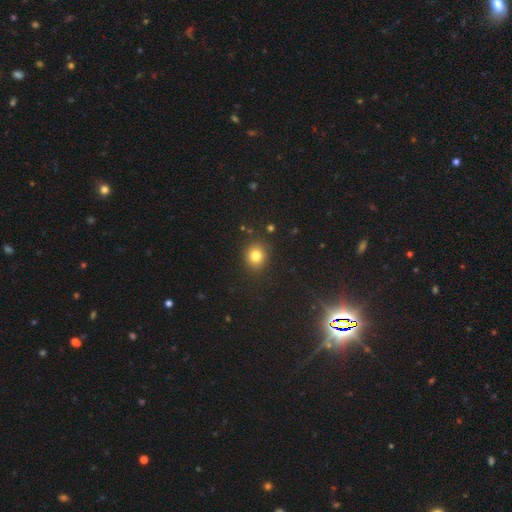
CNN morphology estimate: A smooth galaxy with no disk features (80%) that is round (82%).

Vote fractions:
- Smooth or featured? smooth: 80% / star or artifact: 13% / featured or disk: 7%
- How rounded? round: 82% / in between: 17% / cigar-shaped: 1%
- Merging? none: 87% / minor disturbance: 8% / major disturbance: 3% / merger: 2%